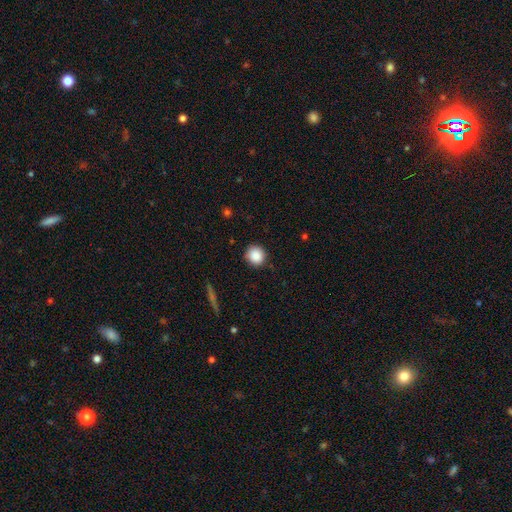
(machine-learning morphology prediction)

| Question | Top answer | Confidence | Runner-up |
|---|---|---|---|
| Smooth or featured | smooth | 88% | star or artifact (9%) |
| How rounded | round | 91% | in between (7%) |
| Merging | none | 89% | minor disturbance (8%) |